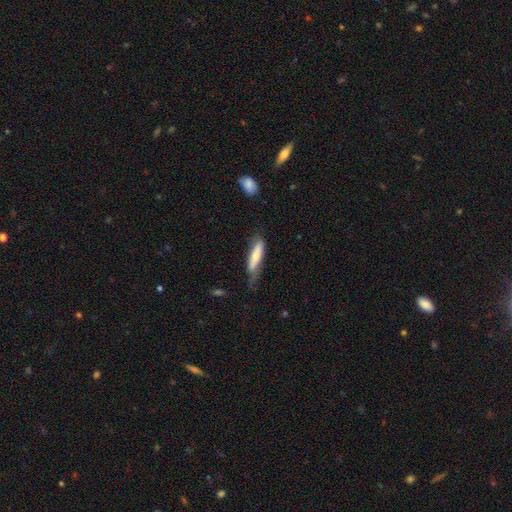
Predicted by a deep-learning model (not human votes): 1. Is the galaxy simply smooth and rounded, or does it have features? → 65% smooth, 29% featured or disk, 6% star or artifact.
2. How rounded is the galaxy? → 73% cigar-shaped, 25% in between, 2% round.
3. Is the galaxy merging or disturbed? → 45% none, 34% minor disturbance, 17% major disturbance, 3% merger.